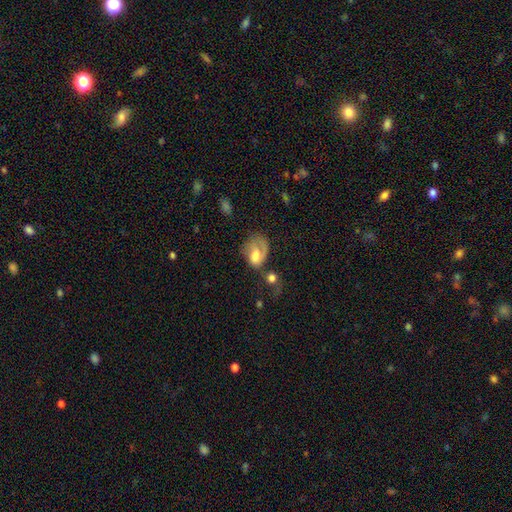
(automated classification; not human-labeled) smooth 49%, featured or disk 43%, star or artifact 9%. Down the decision tree: merging — major disturbance (36%).